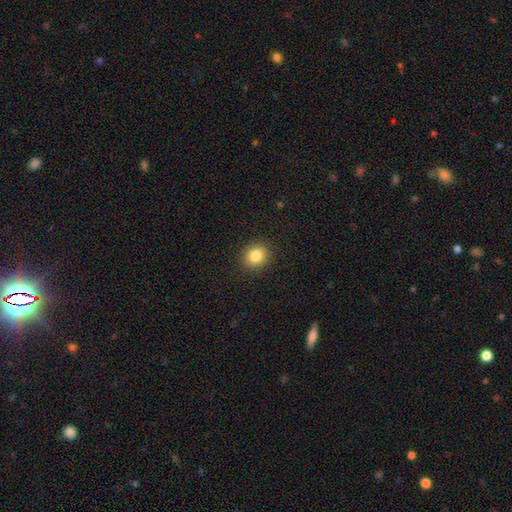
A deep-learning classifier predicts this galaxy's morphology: The model was most divided on "how rounded": round: 70%, in between: 29%, cigar-shaped: 1%. More confident: merging — none (90%); smooth or featured — smooth (85%).